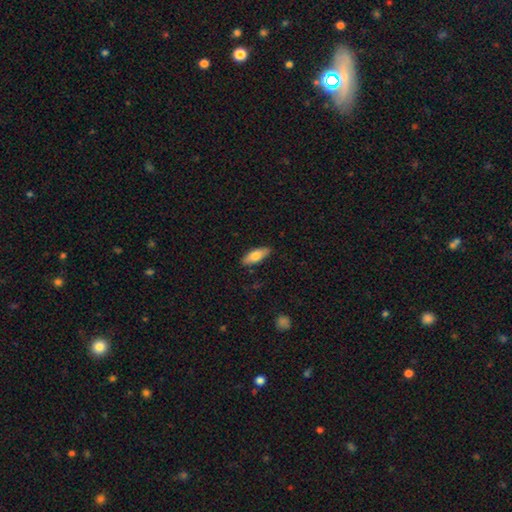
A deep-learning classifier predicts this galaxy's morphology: smooth-or-featured: smooth: 74% | featured or disk: 20% | star or artifact: 6%
  how-rounded: in between: 72% | cigar-shaped: 26% | round: 2%
  merging: none: 87% | minor disturbance: 10% | major disturbance: 2% | merger: 1%